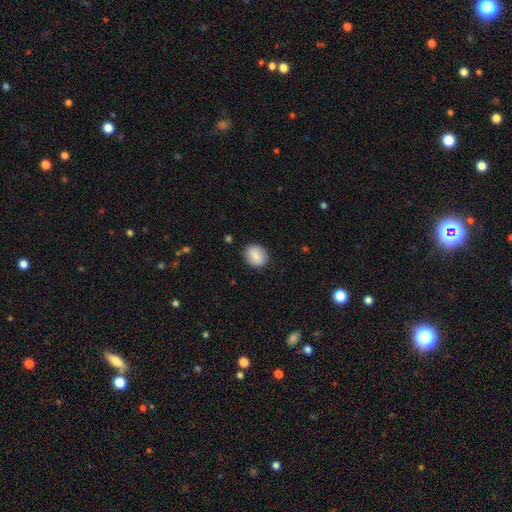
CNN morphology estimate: Smooth or featured? Predicted: smooth (p=0.83). How rounded? Predicted: round (p=0.56). Merging? Predicted: none (p=0.86).